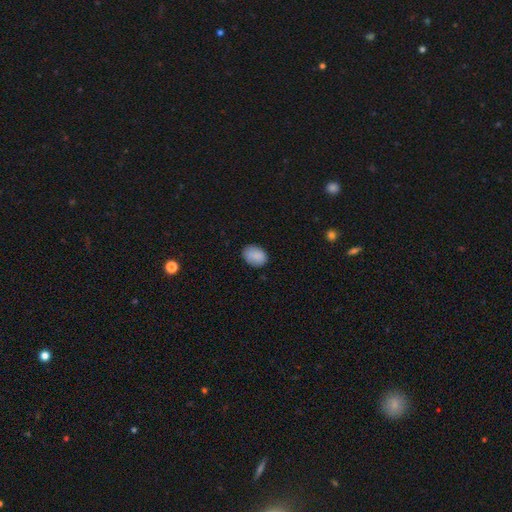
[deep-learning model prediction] This is clearly a smooth galaxy (87%). How rounded: likely in between (73%). Merging: clearly none (81%).